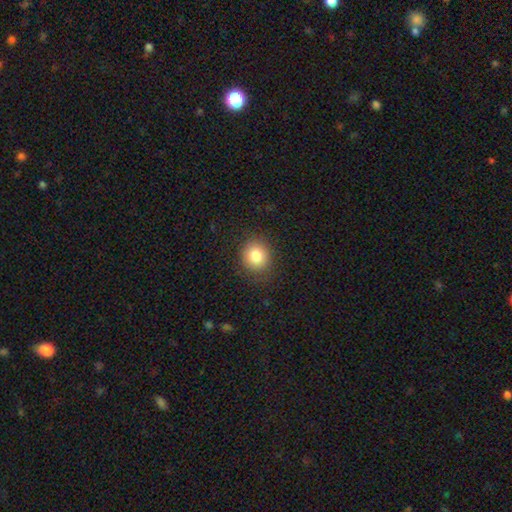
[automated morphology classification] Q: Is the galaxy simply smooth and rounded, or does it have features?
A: smooth — 83%.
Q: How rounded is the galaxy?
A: round — 80%.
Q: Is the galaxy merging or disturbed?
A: none — 85%.